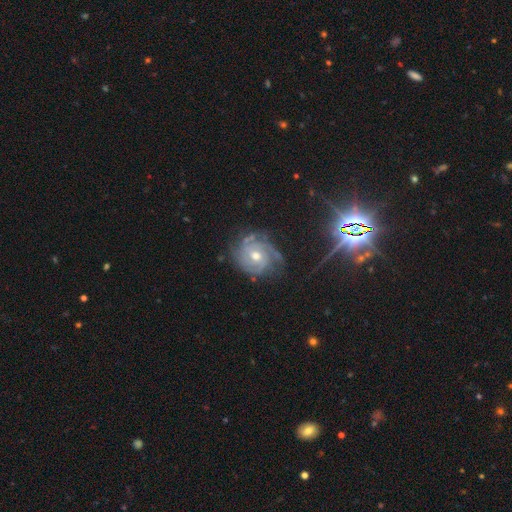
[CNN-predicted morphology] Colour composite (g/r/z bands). It shows a featured or disk galaxy (84%) with no bar (71%), tight (70%) spiral arms (96%) and a moderate central bulge (70%). Merging: none (71%).